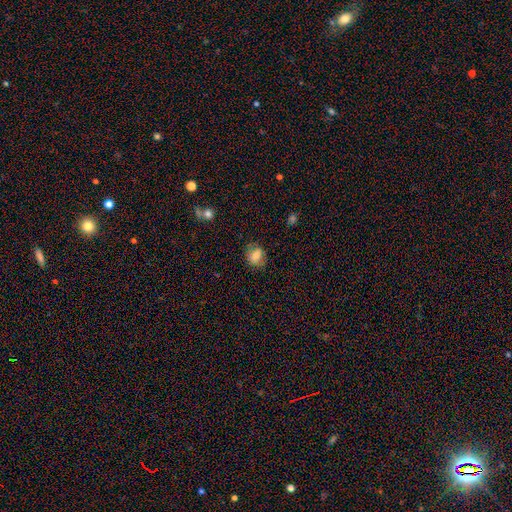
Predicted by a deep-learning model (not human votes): A smooth galaxy with no disk features (73%) that is round (50%). Merging: none (76%).